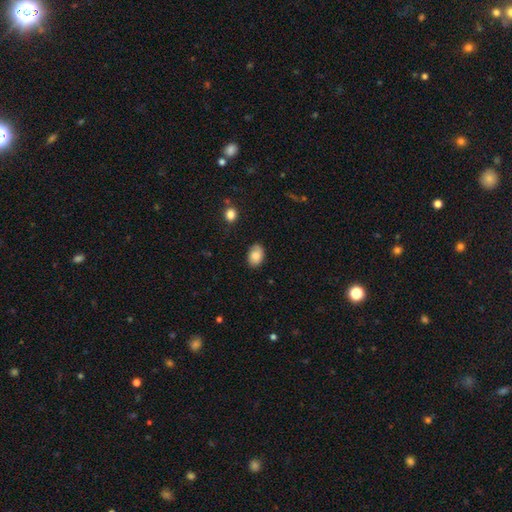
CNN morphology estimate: The model was most divided on "merging": none: 80%, minor disturbance: 15%, major disturbance: 3%, merger: 1%. More confident: how rounded — in between (86%); smooth or featured — smooth (82%).